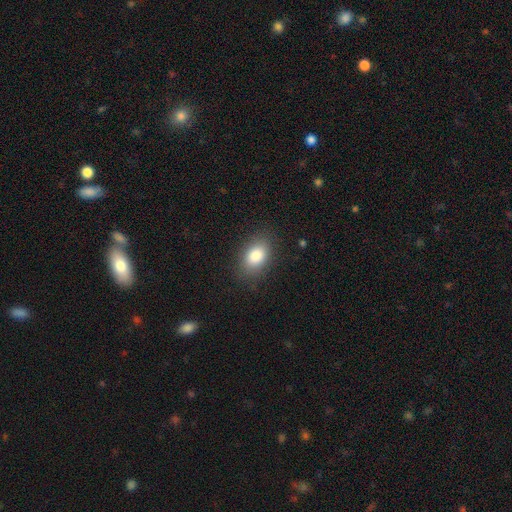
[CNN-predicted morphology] smooth 85%, star or artifact 8%, featured or disk 7%. Down the decision tree: how rounded — in between (85%); merging — none (84%).